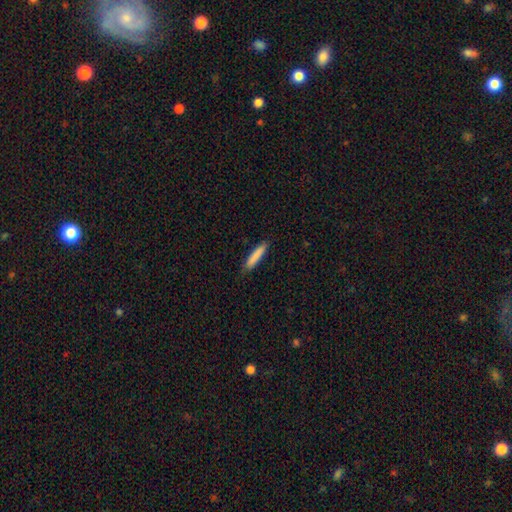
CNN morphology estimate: Smooth or featured? Predicted: smooth (p=0.84). How rounded? Predicted: cigar-shaped (p=0.90). Merging? Predicted: none (p=0.86).